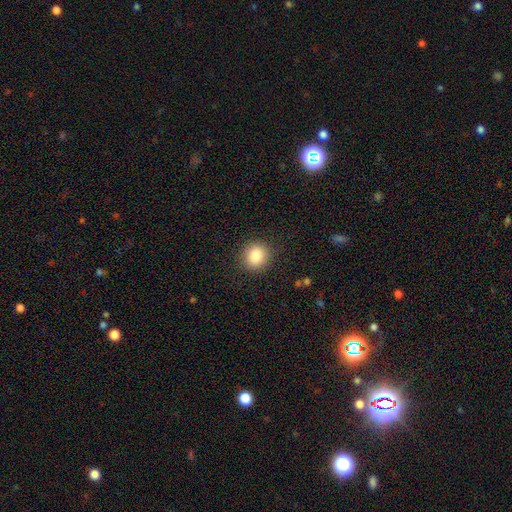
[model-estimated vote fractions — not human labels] Smooth or featured: smooth — 86% (star or artifact — 9%)
How rounded: round — 85% (in between — 14%)
Merging: none — 88% (minor disturbance — 8%)